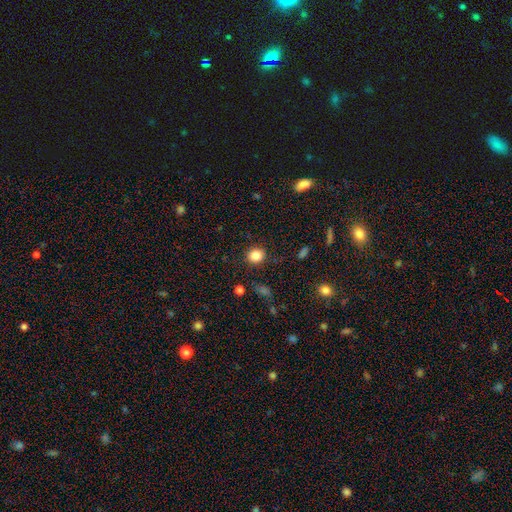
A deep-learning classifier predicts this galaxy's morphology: Overall: smooth (85%). How rounded: round (86%). Merging: none (89%).